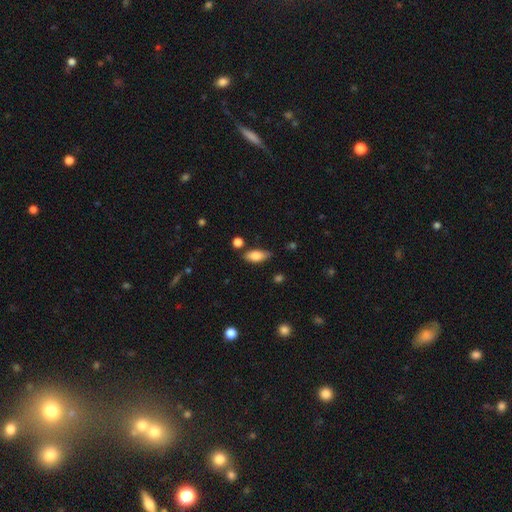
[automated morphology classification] smooth 78%, featured or disk 15%, star or artifact 7%. Down the decision tree: how rounded — in between (84%); merging — none (75%).